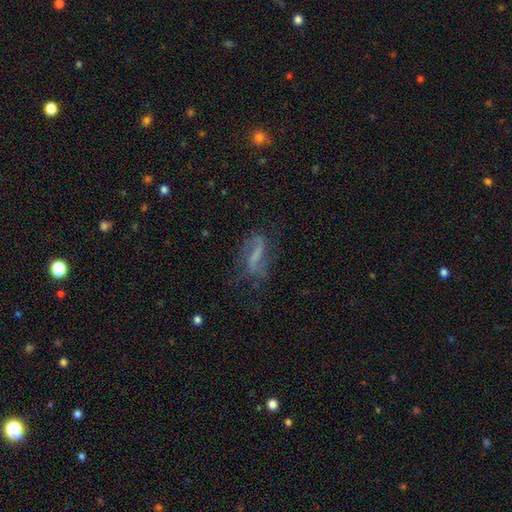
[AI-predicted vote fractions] A featured or disk galaxy (65%) with a strong bar (45%), spiral arms (79%) and no central bulge (58%). Merging: none (57%).